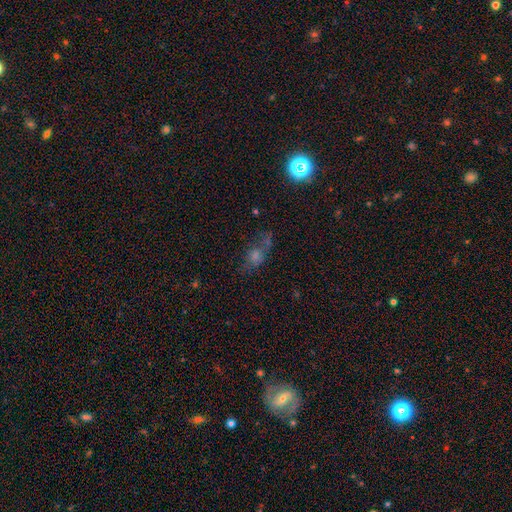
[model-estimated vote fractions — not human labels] Overall: smooth (43%; star or artifact 32%). Merging: none (48%; minor disturbance 21%).